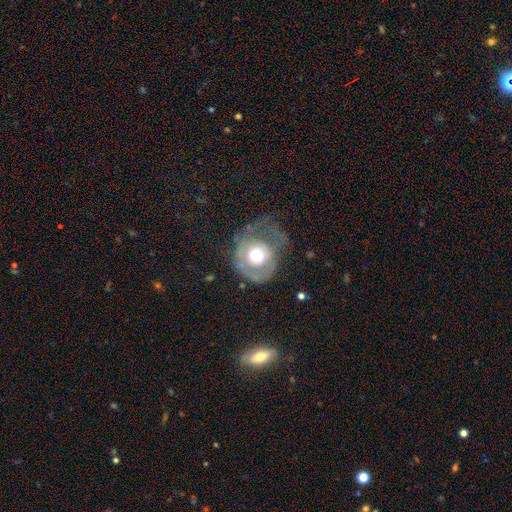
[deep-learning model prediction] smooth_or_featured: featured or disk (p=0.47) [alt: smooth p=0.46]
merging: major disturbance (p=0.43) [alt: none p=0.30]